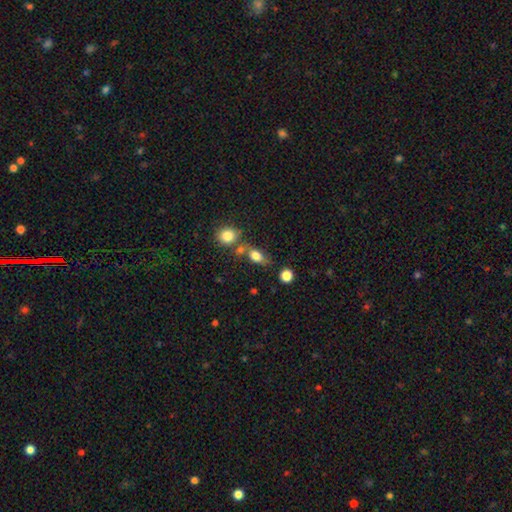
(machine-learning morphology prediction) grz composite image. It shows a smooth galaxy with no disk features (77%) that is in between round and cigar-shaped (72%). Merging: none (56%).